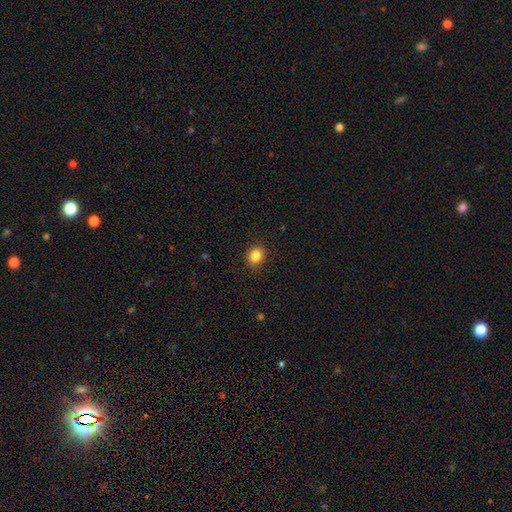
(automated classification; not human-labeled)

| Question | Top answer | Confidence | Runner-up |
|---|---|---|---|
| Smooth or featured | smooth | 85% | star or artifact (11%) |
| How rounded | round | 63% | in between (36%) |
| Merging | none | 89% | minor disturbance (8%) |